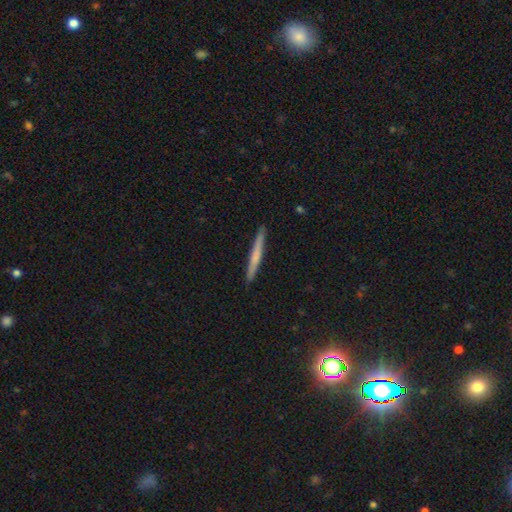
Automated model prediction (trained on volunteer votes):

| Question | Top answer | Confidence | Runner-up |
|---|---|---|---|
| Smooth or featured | smooth | 56% | featured or disk (38%) |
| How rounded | cigar-shaped | 97% | in between (2%) |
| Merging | none | 92% | minor disturbance (6%) |